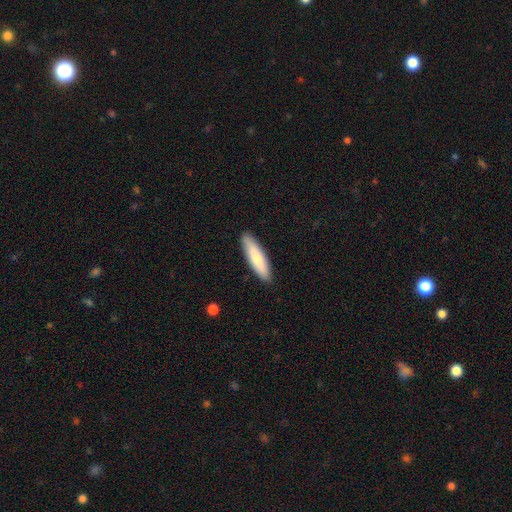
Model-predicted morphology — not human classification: Q: Smooth or featured?
A: smooth (75%); runner-up: featured or disk (19%)
Q: How rounded?
A: cigar-shaped (69%); runner-up: in between (30%)
Q: Merging?
A: none (90%); runner-up: minor disturbance (8%)